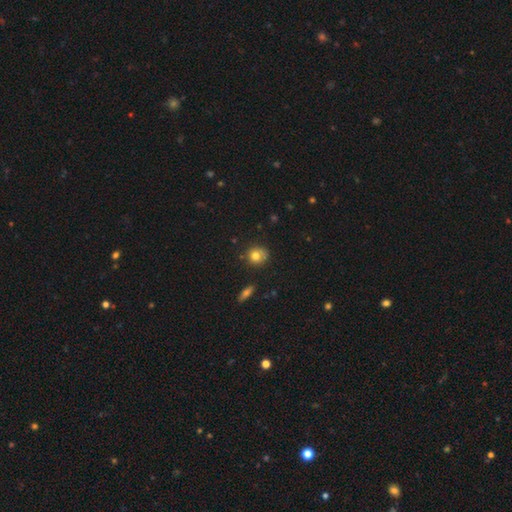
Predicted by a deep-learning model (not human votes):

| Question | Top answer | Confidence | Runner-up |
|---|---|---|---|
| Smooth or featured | smooth | 79% | featured or disk (11%) |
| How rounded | round | 79% | in between (20%) |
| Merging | none | 74% | minor disturbance (19%) |